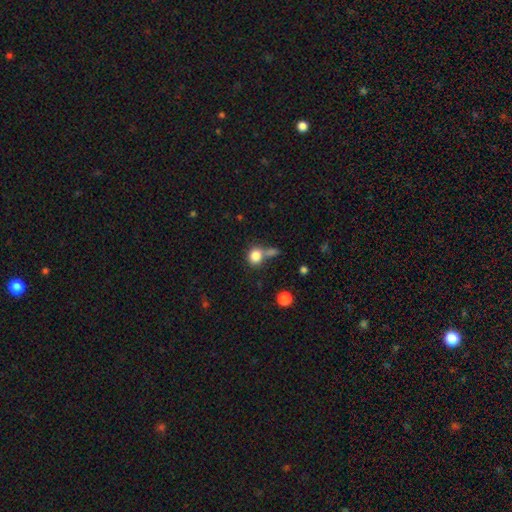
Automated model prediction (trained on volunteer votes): Smooth or featured?
  - smooth: 83% *
  - star or artifact: 10%
  - featured or disk: 7%
How rounded?
  - round: 76% *
  - in between: 23%
  - cigar-shaped: 1%
Merging?
  - none: 51% *
  - merger: 31%
  - minor disturbance: 12%
  - major disturbance: 6%